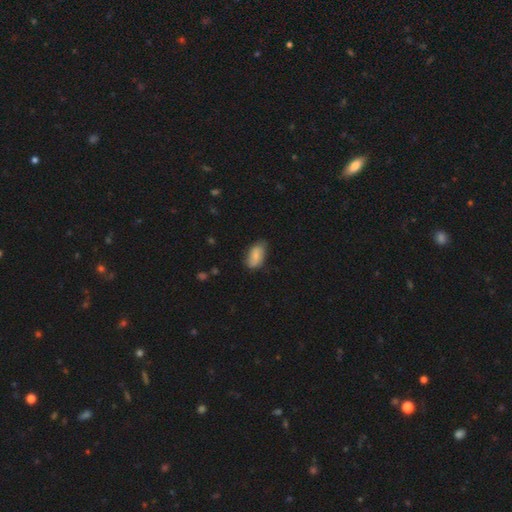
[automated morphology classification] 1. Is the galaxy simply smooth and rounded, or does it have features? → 76% smooth, 17% featured or disk, 7% star or artifact.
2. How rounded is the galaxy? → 92% in between, 4% round, 3% cigar-shaped.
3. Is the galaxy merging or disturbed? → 67% none, 27% minor disturbance, 5% major disturbance, 2% merger.